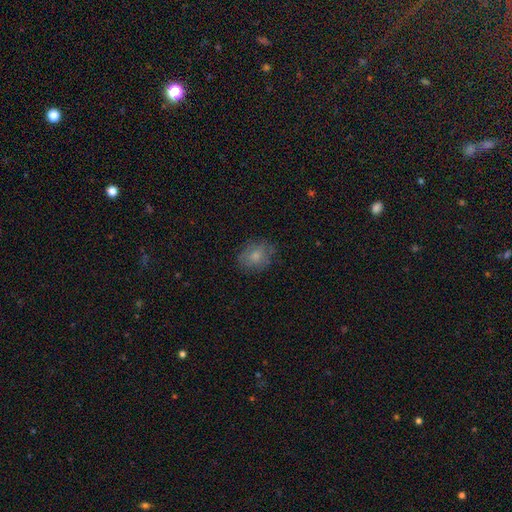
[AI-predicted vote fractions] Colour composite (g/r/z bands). It shows a smooth galaxy with no disk features (75%) that is in between round and cigar-shaped (50%). Merging: none (74%).